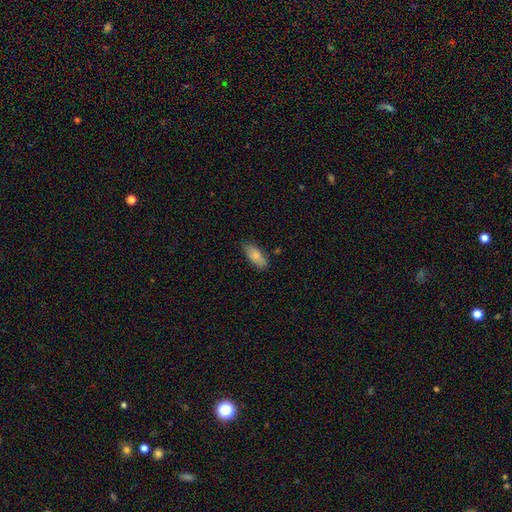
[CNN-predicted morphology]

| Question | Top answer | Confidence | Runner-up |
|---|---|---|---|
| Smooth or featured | smooth | 83% | featured or disk (10%) |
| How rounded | in between | 85% | cigar-shaped (13%) |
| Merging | none | 79% | minor disturbance (17%) |